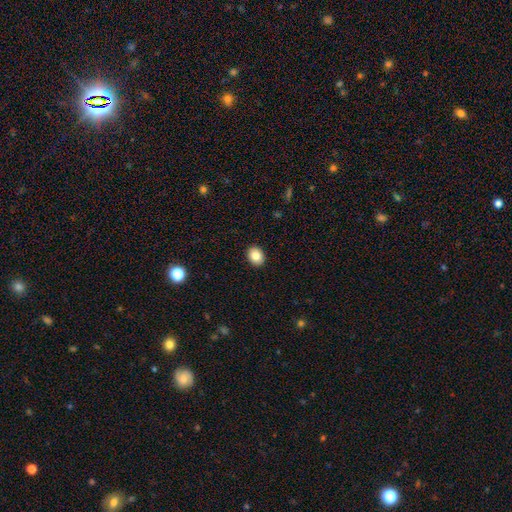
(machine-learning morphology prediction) Smooth or featured: smooth — 84% (star or artifact — 9%)
How rounded: in between — 50% (round — 49%)
Merging: none — 92% (minor disturbance — 6%)